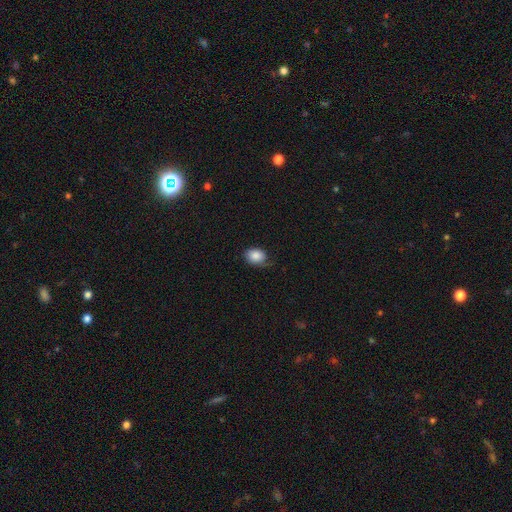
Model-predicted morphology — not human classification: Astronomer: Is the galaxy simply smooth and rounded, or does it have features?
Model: smooth — 85%.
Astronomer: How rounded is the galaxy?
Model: in between — 63%.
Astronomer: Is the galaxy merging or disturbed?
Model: none — 59%.